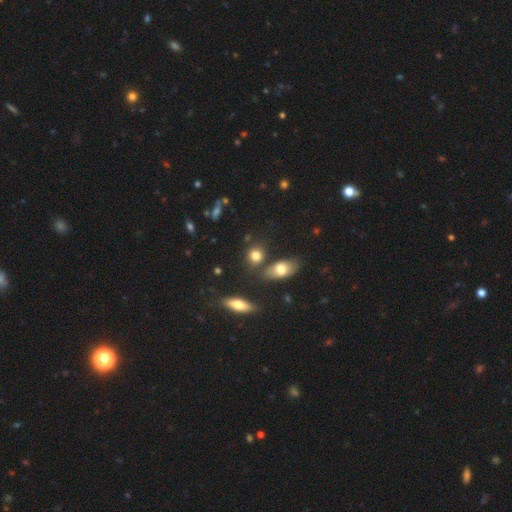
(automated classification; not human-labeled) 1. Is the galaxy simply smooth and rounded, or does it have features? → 80% smooth, 11% star or artifact, 9% featured or disk.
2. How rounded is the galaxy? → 61% round, 35% in between, 3% cigar-shaped.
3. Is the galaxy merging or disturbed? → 69% none, 15% merger, 12% minor disturbance, 4% major disturbance.